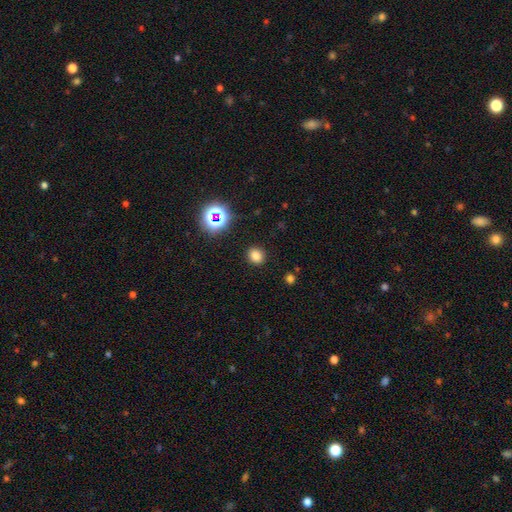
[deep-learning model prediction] This is likely a smooth galaxy (78%). How rounded: likely round (70%). Merging: clearly none (90%).